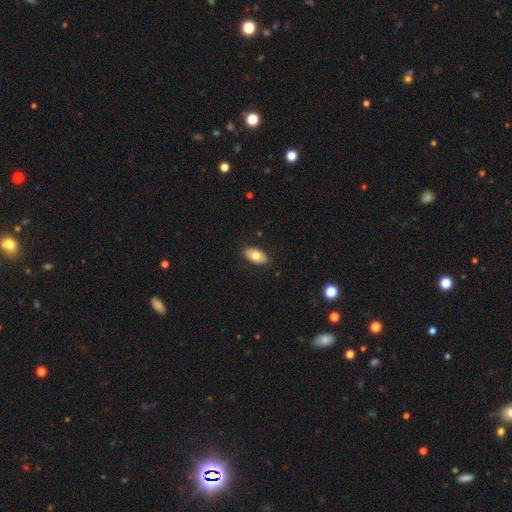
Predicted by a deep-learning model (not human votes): A smooth galaxy with no disk features (76%) that is in between round and cigar-shaped (93%). Merging: none (88%).